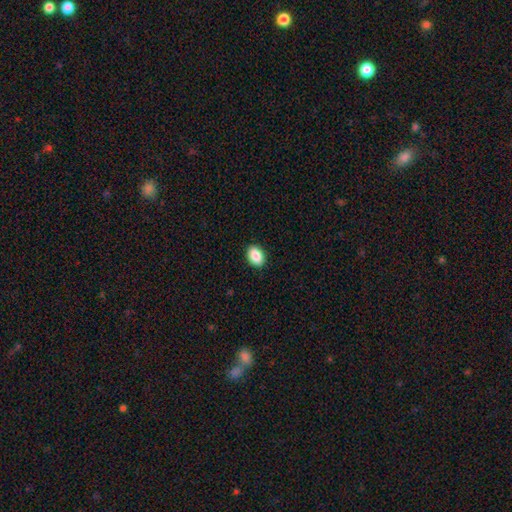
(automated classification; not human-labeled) Morphology: type=smooth (88%); roundness=in between (78%); merging=none (91%).